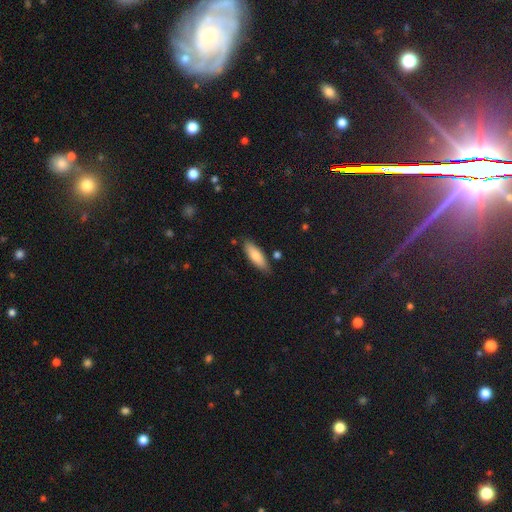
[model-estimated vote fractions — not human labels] smooth-or-featured: smooth: 78% | featured or disk: 16% | star or artifact: 6%
  how-rounded: in between: 57% | cigar-shaped: 42% | round: 2%
  merging: none: 82% | minor disturbance: 13% | merger: 3% | major disturbance: 2%